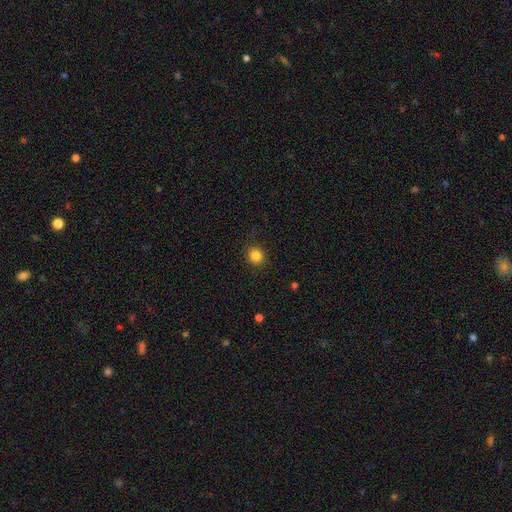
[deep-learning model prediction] This is clearly a smooth galaxy (84%). How rounded: clearly round (82%). Merging: clearly none (90%).